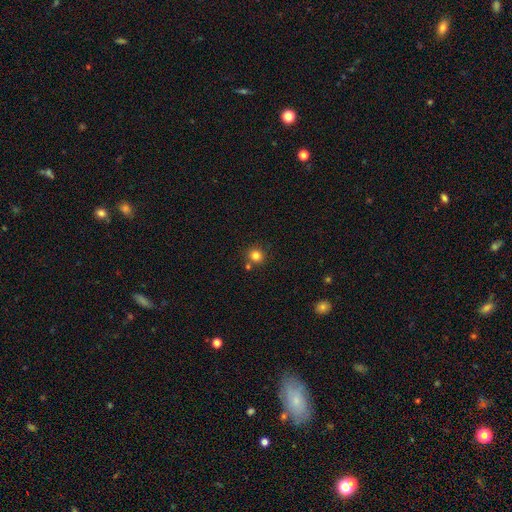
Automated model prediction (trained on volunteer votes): This is clearly a smooth galaxy (82%). How rounded: clearly round (92%). Merging: likely none (78%).